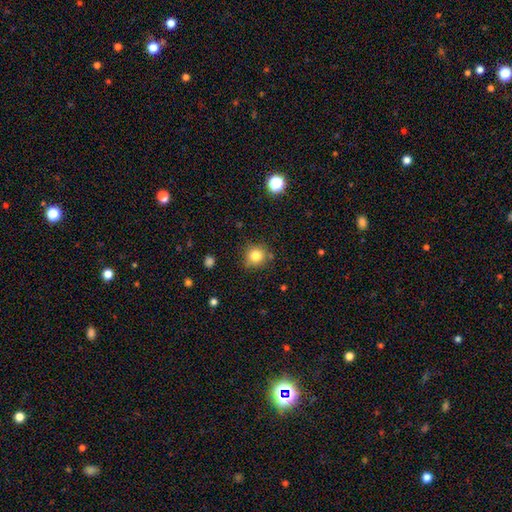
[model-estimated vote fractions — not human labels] A smooth galaxy with no disk features (81%) that is round (90%).

Vote fractions:
- Smooth or featured? smooth: 81% / star or artifact: 12% / featured or disk: 7%
- How rounded? round: 90% / in between: 9% / cigar-shaped: 1%
- Merging? none: 83% / minor disturbance: 11% / merger: 3% / major disturbance: 3%